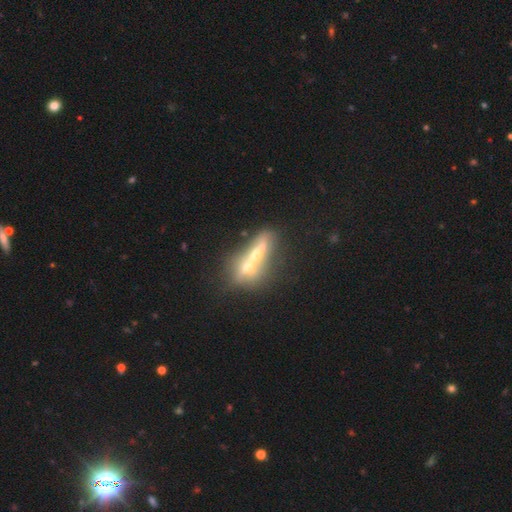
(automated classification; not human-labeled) Q: Smooth or featured?
A: featured or disk (51%); runner-up: smooth (38%)
Q: Edge-on disk?
A: no (51%); runner-up: yes (49%)
Q: Merging?
A: merger (64%); runner-up: none (23%)